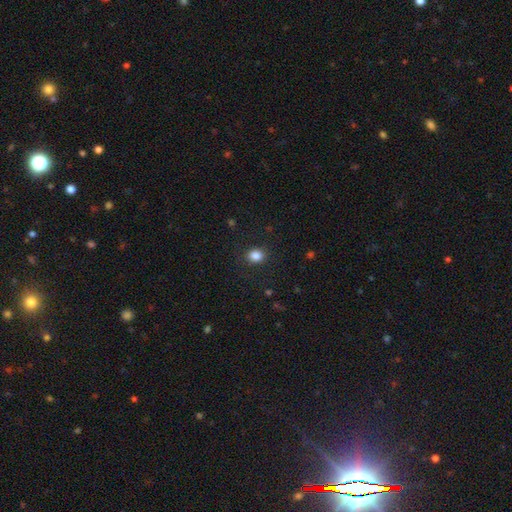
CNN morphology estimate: smooth-or-featured: smooth: 85% | star or artifact: 11% | featured or disk: 4%
  how-rounded: round: 63% | in between: 36% | cigar-shaped: 1%
  merging: none: 87% | minor disturbance: 8% | major disturbance: 3% | merger: 1%